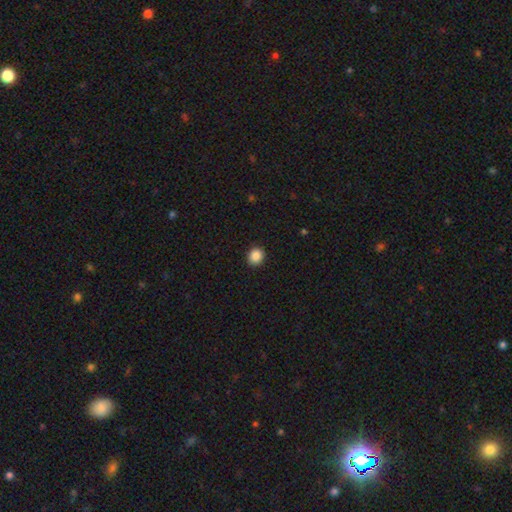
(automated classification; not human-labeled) The model was most divided on "how rounded": round: 79%, in between: 20%, cigar-shaped: 1%. More confident: merging — none (91%); smooth or featured — smooth (88%).